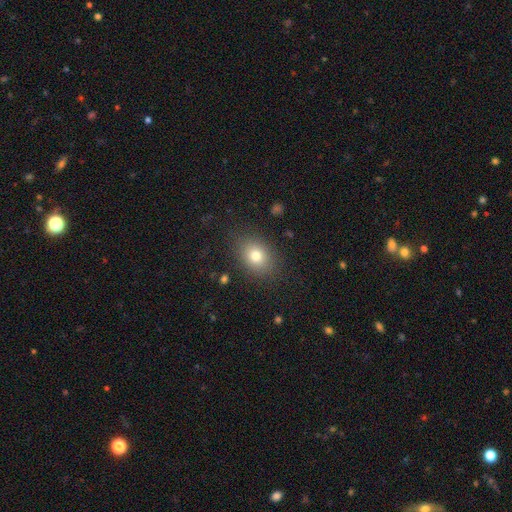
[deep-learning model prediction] smooth-or-featured: smooth: 77% | star or artifact: 12% | featured or disk: 10%
  how-rounded: in between: 56% | round: 43% | cigar-shaped: 1%
  merging: none: 84% | minor disturbance: 10% | major disturbance: 4% | merger: 1%